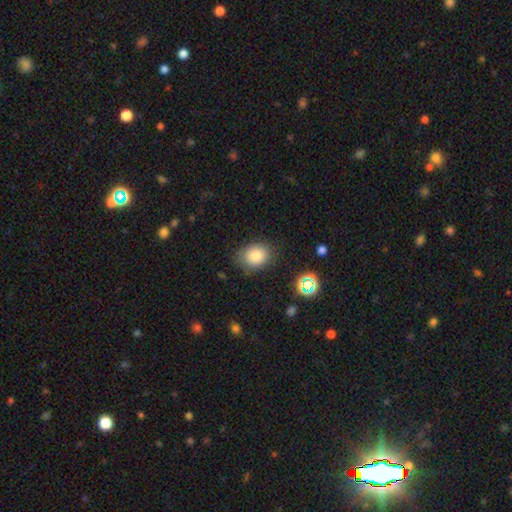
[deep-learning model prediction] Overall: smooth (81%). How rounded: in between (60%; round 39%). Merging: none (77%).